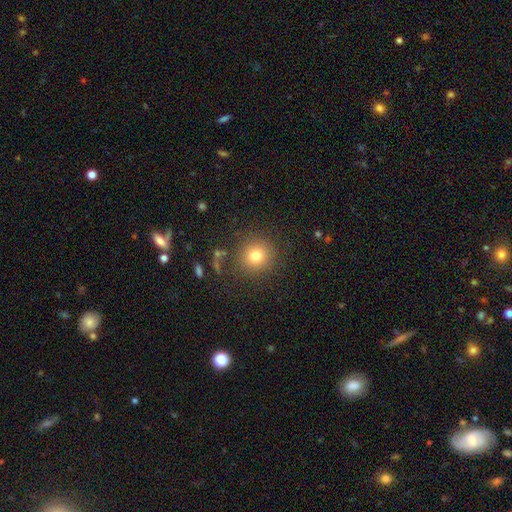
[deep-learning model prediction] Smooth or featured: smooth — 76% (star or artifact — 14%)
How rounded: round — 92% (in between — 7%)
Merging: none — 86% (minor disturbance — 8%)